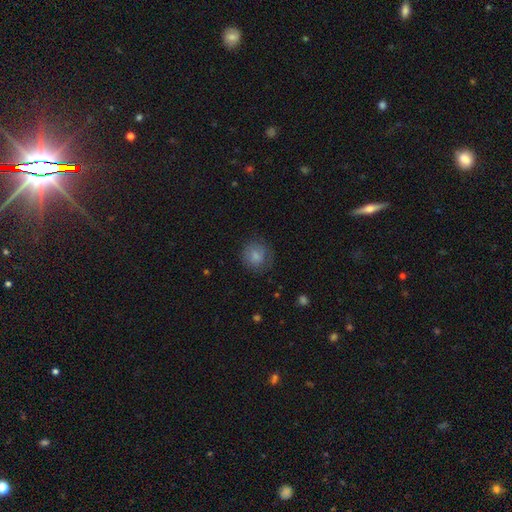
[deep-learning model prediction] This is likely a smooth galaxy (76%). How rounded: clearly round (85%). Merging: likely none (72%).